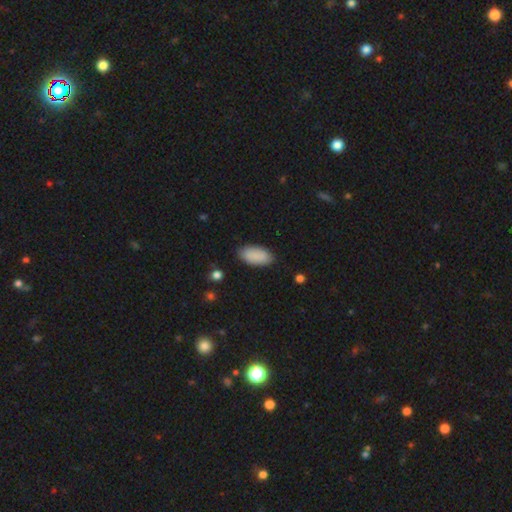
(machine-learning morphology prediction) This is clearly a smooth galaxy (89%). How rounded: clearly in between (93%). Merging: clearly none (84%).